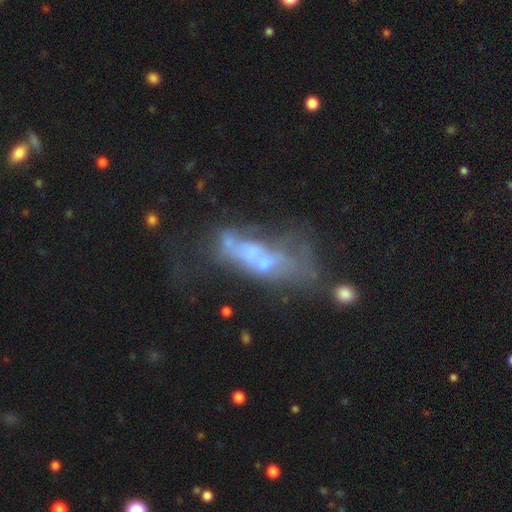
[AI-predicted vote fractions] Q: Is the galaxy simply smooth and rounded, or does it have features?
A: featured or disk — 56%.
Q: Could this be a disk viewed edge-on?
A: no — 86%.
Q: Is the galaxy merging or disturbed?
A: major disturbance — 34%.